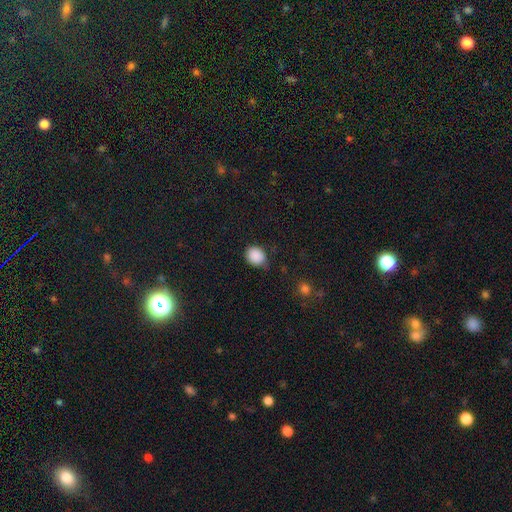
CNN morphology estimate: This appears to be a smooth galaxy with no disk features (88%) that is round (63%). Merging: none (73%).